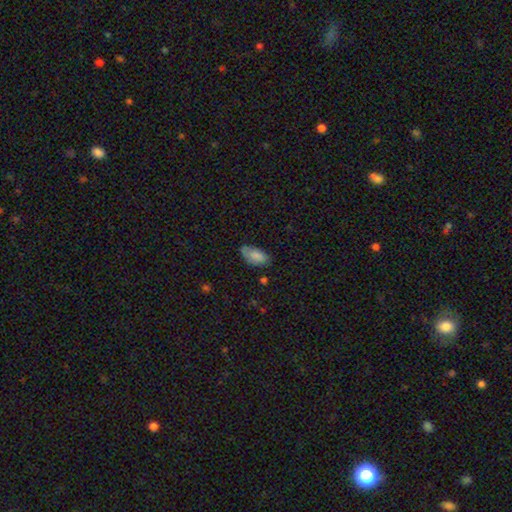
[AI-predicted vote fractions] The model was most divided on "merging": none: 63%, minor disturbance: 29%, major disturbance: 6%, merger: 2%. More confident: how rounded — in between (93%); smooth or featured — smooth (83%).